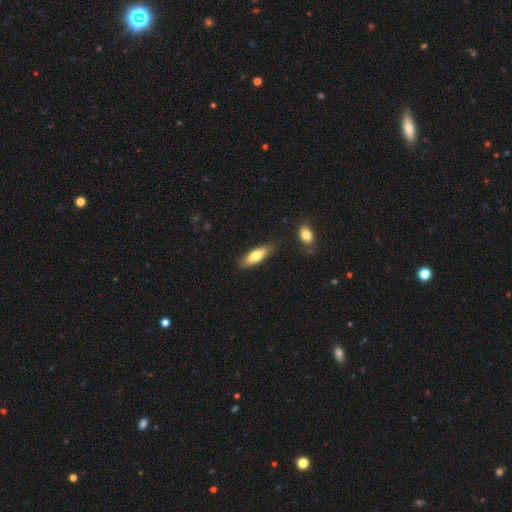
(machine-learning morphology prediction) Smooth or featured?
  - smooth: 75% *
  - featured or disk: 19%
  - star or artifact: 6%
How rounded?
  - in between: 59% *
  - cigar-shaped: 39%
  - round: 2%
Merging?
  - none: 79% *
  - minor disturbance: 14%
  - merger: 3%
  - major disturbance: 3%